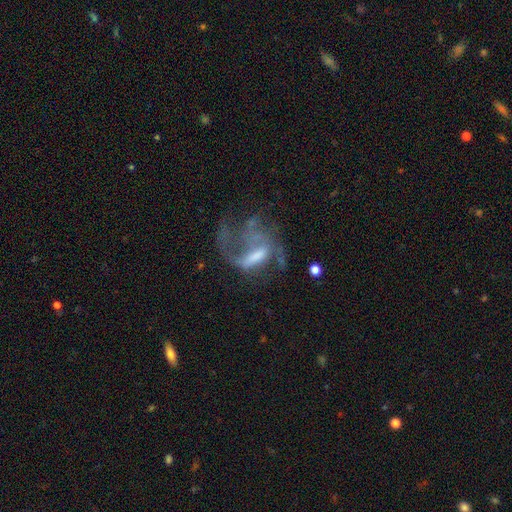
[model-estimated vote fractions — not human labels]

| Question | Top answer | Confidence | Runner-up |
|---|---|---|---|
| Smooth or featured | featured or disk | 70% | smooth (19%) |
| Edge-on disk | no | 94% | yes (6%) |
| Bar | weak | 38% | no (33%) |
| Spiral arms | yes | 66% | no (34%) |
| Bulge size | moderate | 34% | none (30%) |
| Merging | major disturbance | 52% | none (28%) |